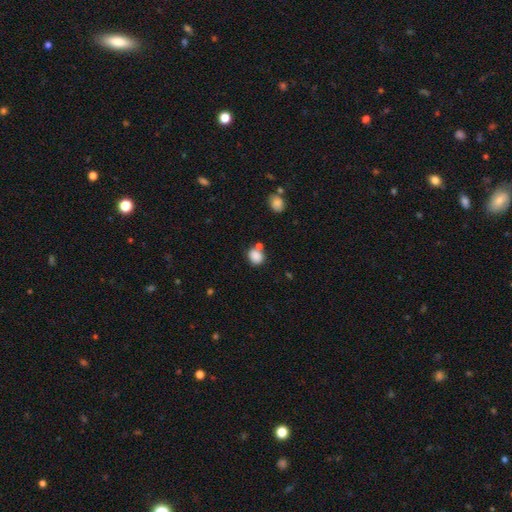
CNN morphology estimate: This is clearly a smooth galaxy (85%). How rounded: likely round (60%). Merging: likely none (62%).